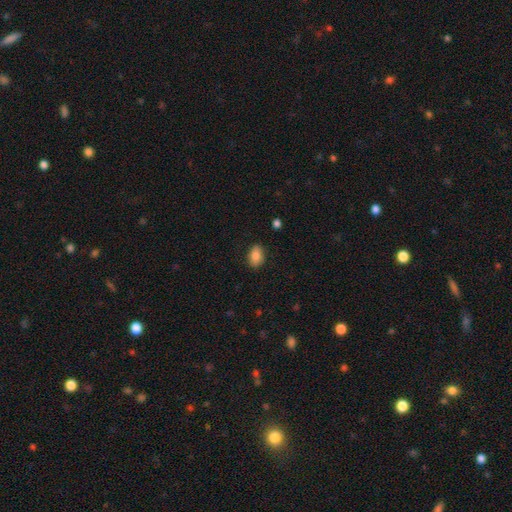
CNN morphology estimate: Overall: smooth (83%). How rounded: in between (84%). Merging: none (86%).